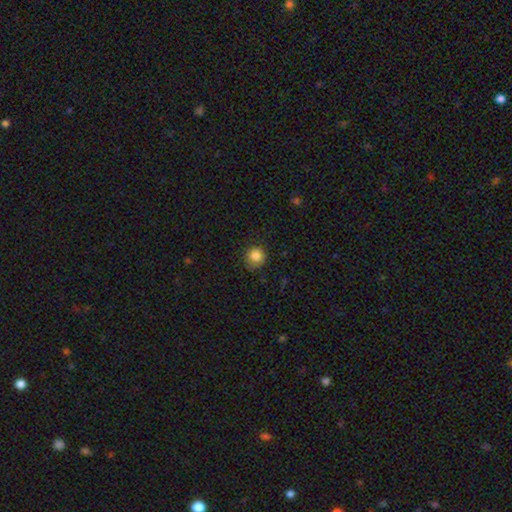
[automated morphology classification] smooth-or-featured: smooth: 84% | star or artifact: 10% | featured or disk: 6%
  how-rounded: round: 89% | in between: 10% | cigar-shaped: 1%
  merging: none: 75% | minor disturbance: 19% | major disturbance: 5% | merger: 1%